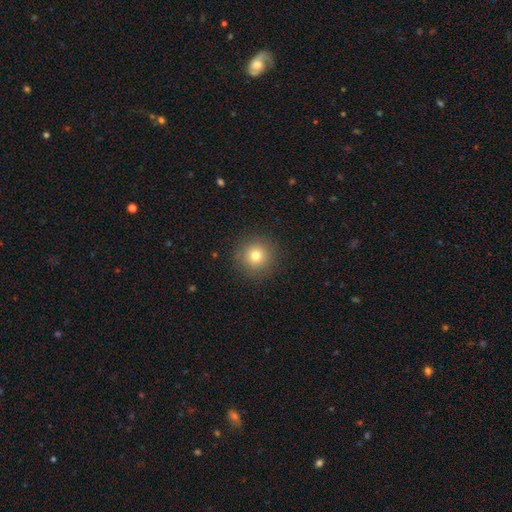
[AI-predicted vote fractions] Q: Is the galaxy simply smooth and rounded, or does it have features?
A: smooth — 77%.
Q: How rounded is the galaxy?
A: round — 95%.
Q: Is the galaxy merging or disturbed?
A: none — 91%.